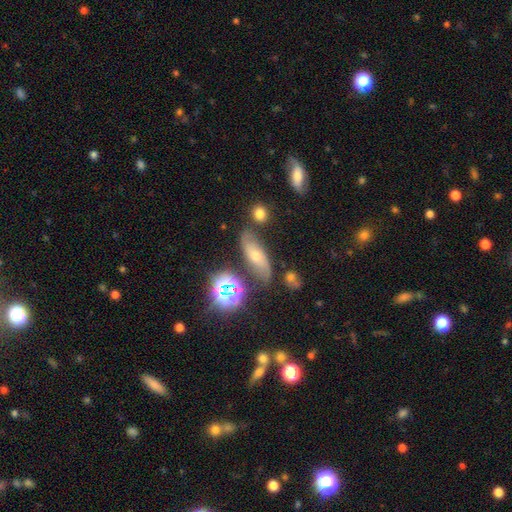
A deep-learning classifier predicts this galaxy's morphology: Smooth or featured: featured or disk — 41% (smooth — 38%)
Merging: none — 68% (minor disturbance — 18%)